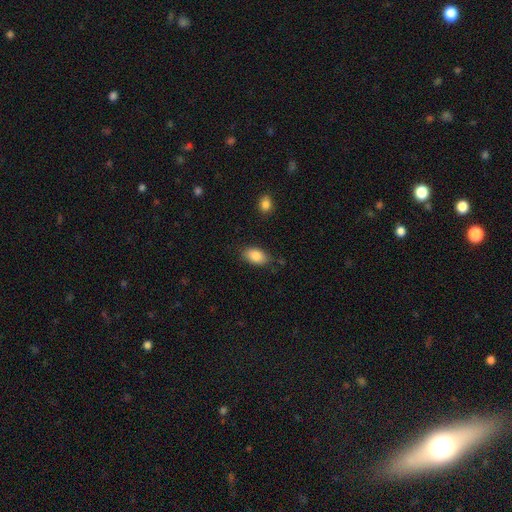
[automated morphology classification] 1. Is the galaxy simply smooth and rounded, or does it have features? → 85% smooth, 7% featured or disk, 7% star or artifact.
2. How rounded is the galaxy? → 91% in between, 7% round, 2% cigar-shaped.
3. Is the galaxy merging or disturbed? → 81% none, 14% minor disturbance, 3% major disturbance, 2% merger.